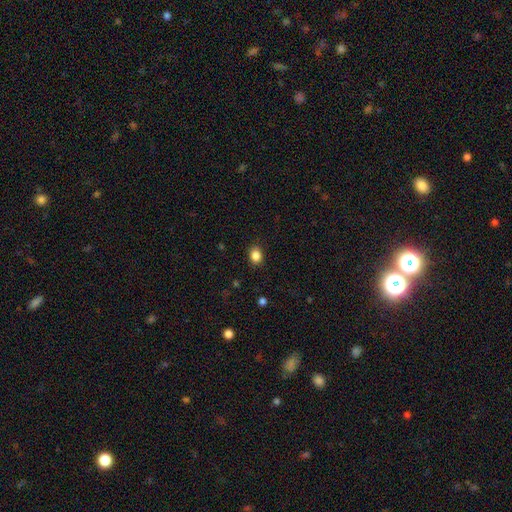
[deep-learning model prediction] Overall: smooth (86%). How rounded: in between (51%; round 48%). Merging: none (88%).